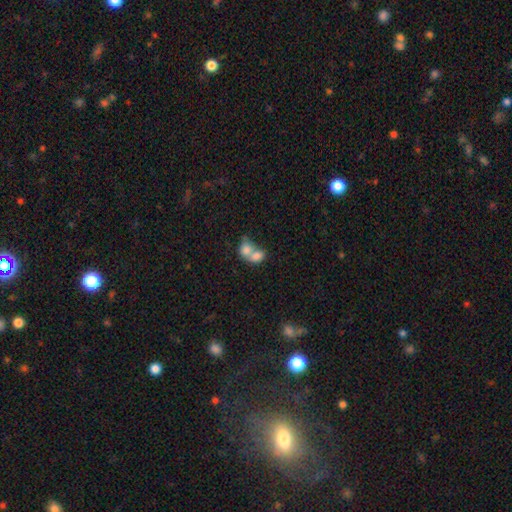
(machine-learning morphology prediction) smooth 75%, featured or disk 16%, star or artifact 8%. Down the decision tree: how rounded — in between (57%); merging — merger (78%).